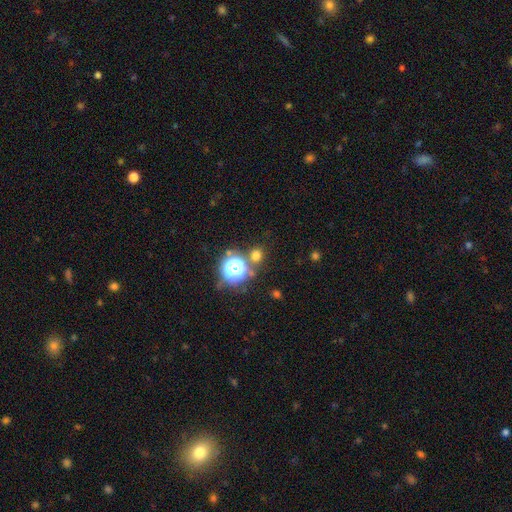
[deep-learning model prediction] Smooth or featured: smooth — 64% (star or artifact — 30%)
How rounded: round — 83% (in between — 16%)
Merging: none — 75% (merger — 12%)